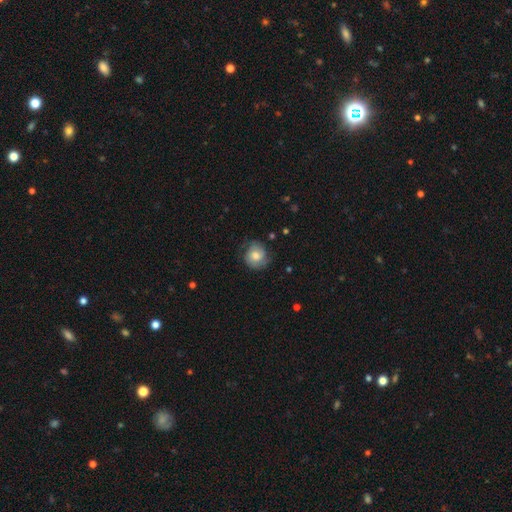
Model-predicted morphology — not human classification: This is possibly a smooth galaxy (52%). How rounded: clearly round (83%). Merging: likely none (69%).